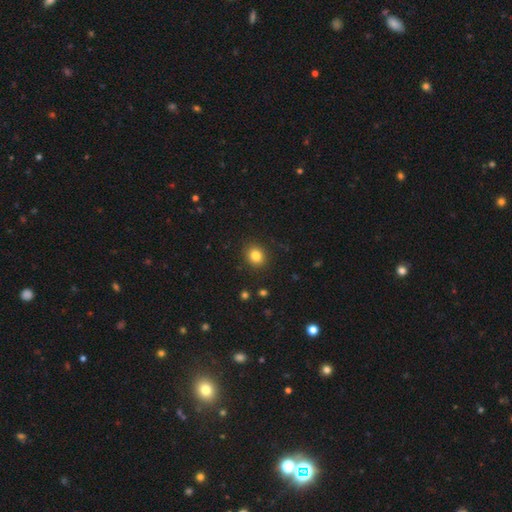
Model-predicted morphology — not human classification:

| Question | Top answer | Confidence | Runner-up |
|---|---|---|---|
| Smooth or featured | smooth | 83% | star or artifact (11%) |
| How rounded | round | 71% | in between (28%) |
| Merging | none | 89% | minor disturbance (8%) |